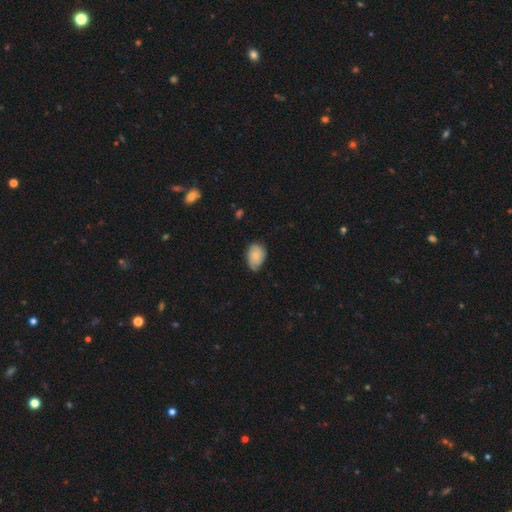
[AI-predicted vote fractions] This appears to be a smooth galaxy with no disk features (71%) that is in between round and cigar-shaped (81%). Merging: none (55%).